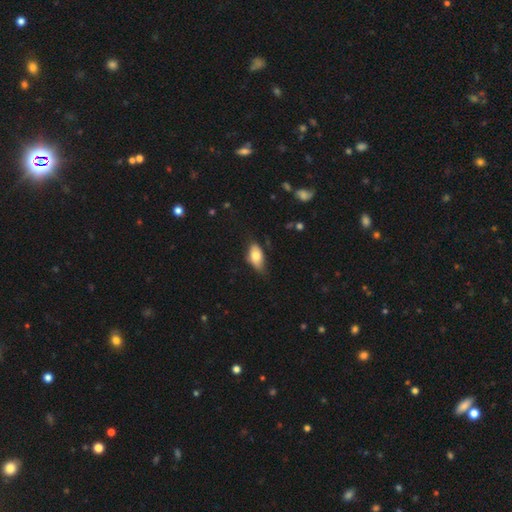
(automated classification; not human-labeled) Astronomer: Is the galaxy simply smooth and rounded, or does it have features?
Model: smooth — 73%.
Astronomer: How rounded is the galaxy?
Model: in between — 90%.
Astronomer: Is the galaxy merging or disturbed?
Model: none — 57% (runner-up: minor disturbance, 34%).